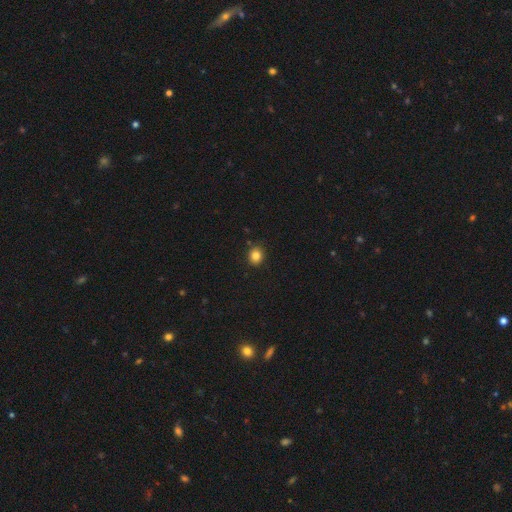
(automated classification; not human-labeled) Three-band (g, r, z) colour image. It shows a smooth galaxy with no disk features (84%) that is round (72%). Merging: none (88%).